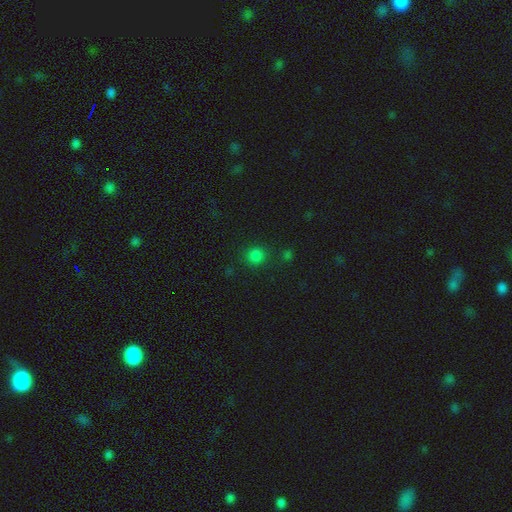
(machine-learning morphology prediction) Smooth or featured? smooth (80%)
How rounded? round (90%)
Merging? none (84%)